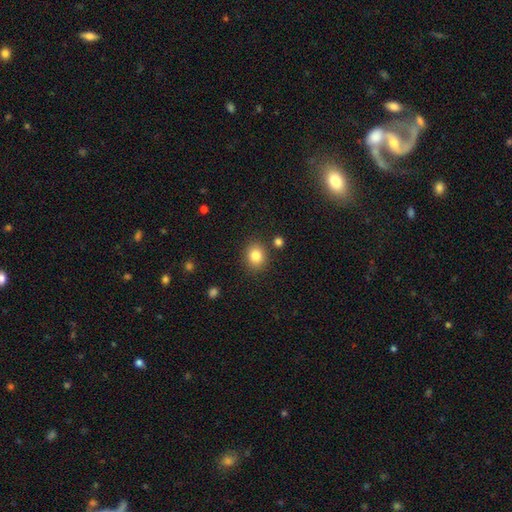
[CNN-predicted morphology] This is clearly a smooth galaxy (84%). How rounded: likely round (70%). Merging: clearly none (85%).